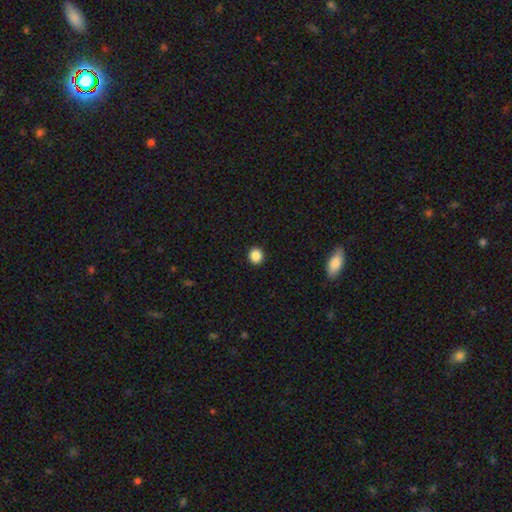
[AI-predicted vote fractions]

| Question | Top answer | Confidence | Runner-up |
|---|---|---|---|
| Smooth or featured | smooth | 87% | star or artifact (10%) |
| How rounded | round | 91% | in between (8%) |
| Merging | none | 93% | minor disturbance (4%) |